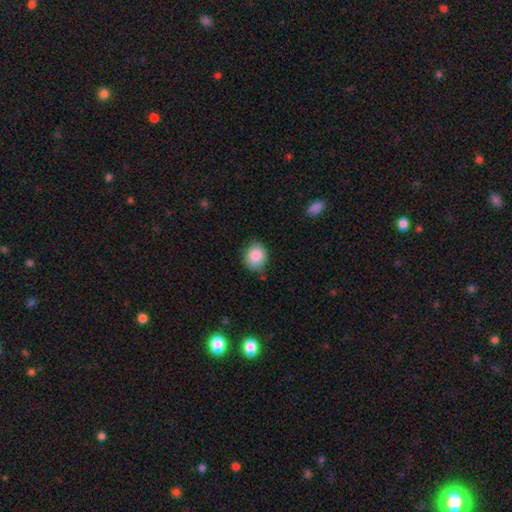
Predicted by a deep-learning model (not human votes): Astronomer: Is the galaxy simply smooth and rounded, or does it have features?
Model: smooth — 88%.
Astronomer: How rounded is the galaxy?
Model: round — 72%.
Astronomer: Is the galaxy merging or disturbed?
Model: none — 76%.